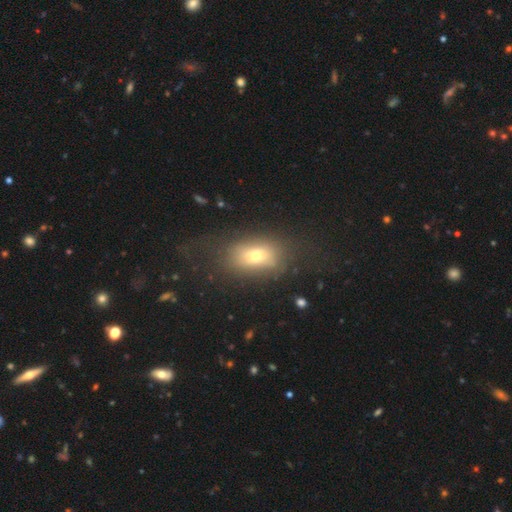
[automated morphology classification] Overall: smooth (66%). How rounded: in between (80%). Merging: none (65%).